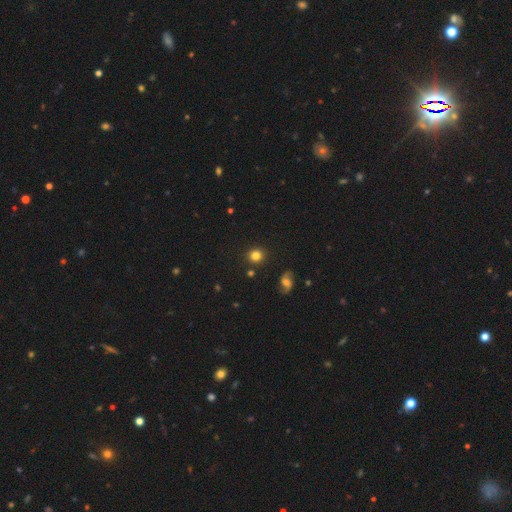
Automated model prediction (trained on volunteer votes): This is likely a smooth galaxy (79%). How rounded: clearly round (91%). Merging: clearly none (87%).